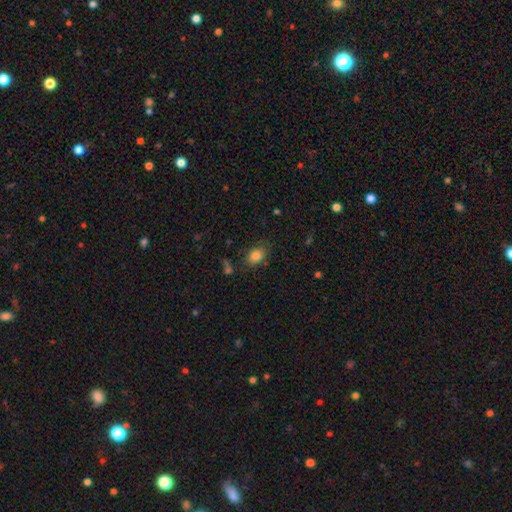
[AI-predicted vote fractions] Smooth or featured? smooth (83%)
How rounded? in between (70%)
Merging? none (75%)